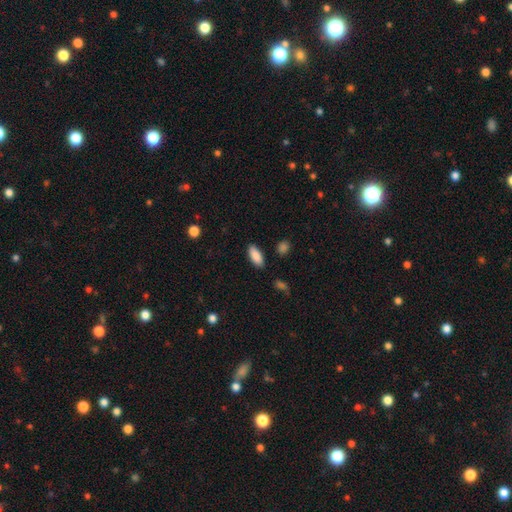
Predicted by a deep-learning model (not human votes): Q: Smooth or featured?
A: smooth (89%); runner-up: star or artifact (7%)
Q: How rounded?
A: in between (83%); runner-up: cigar-shaped (15%)
Q: Merging?
A: none (86%); runner-up: minor disturbance (10%)